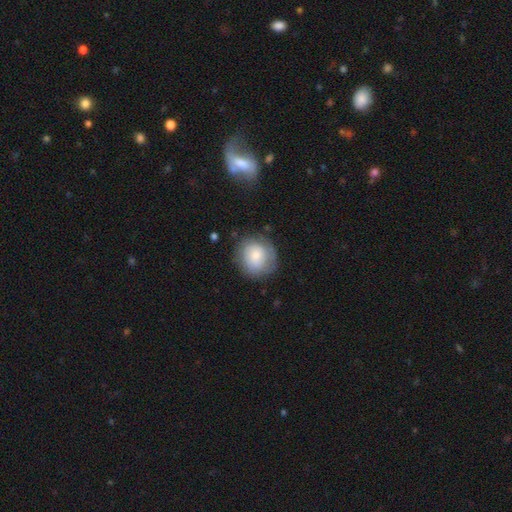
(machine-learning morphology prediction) A smooth galaxy with no disk features (61%) that is round (86%).

Vote fractions:
- Smooth or featured? smooth: 61% / featured or disk: 31% / star or artifact: 7%
- How rounded? round: 86% / in between: 13% / cigar-shaped: 1%
- Merging? none: 75% / minor disturbance: 17% / major disturbance: 7% / merger: 2%